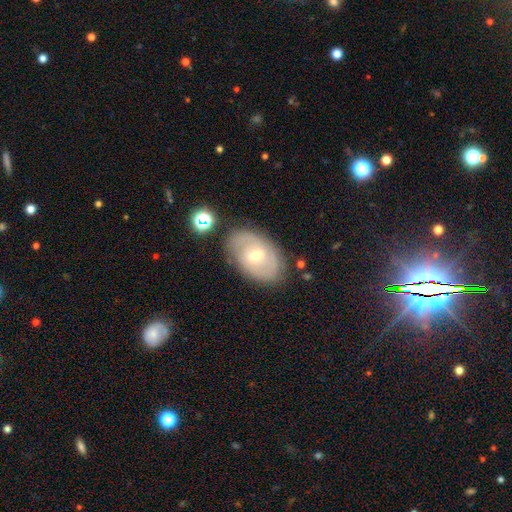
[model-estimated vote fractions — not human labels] Overall: featured or disk (69%). Edge-on disk: no (95%). Bar: weak (53%; no 35%). Spiral arms: yes (80%). Spiral arm count: 2 (55%; can't tell 31%). Spiral winding: tight (51%; medium 36%). Bulge size: moderate (49%; small 48%). Merging: none (76%).